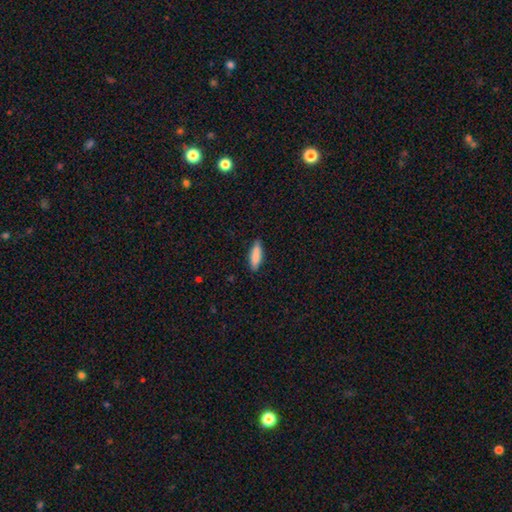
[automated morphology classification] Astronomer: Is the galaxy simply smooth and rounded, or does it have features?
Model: smooth — 86%.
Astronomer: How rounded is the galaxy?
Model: cigar-shaped — 54% (runner-up: in between, 44%).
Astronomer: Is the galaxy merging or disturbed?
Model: none — 86%.